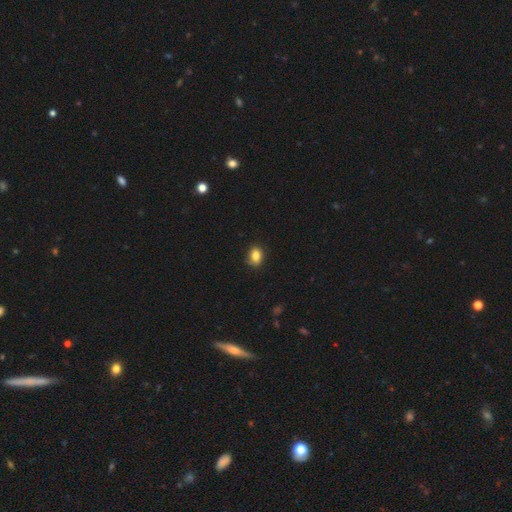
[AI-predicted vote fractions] Morphology: type=smooth (84%); roundness=in between (66%); merging=none (81%).